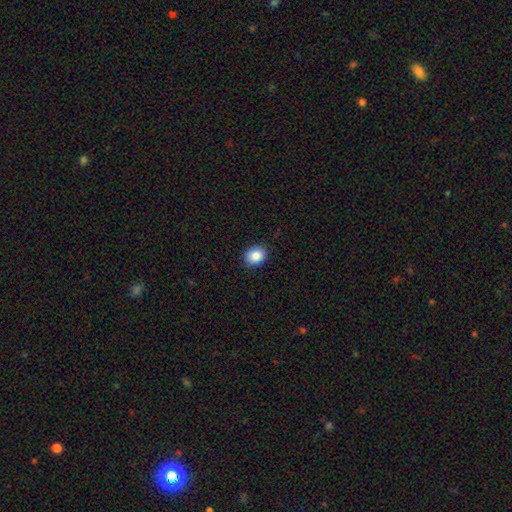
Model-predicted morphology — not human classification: smooth 86%, star or artifact 9%, featured or disk 5%. Down the decision tree: how rounded — round (57%); merging — none (89%).